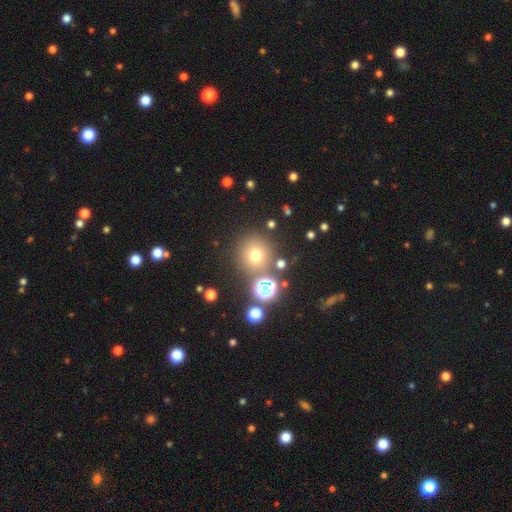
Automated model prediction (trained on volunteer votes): Overall: smooth (66%). How rounded: round (93%). Merging: none (79%).